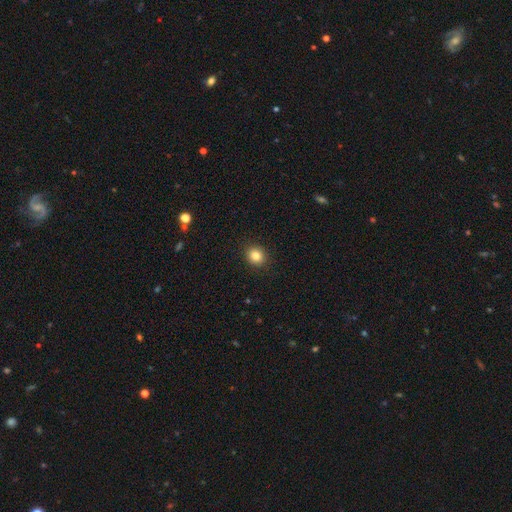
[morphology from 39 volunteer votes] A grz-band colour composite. It shows a smooth galaxy with no disk features (87%) that is round (65%). Merging: none (94%).